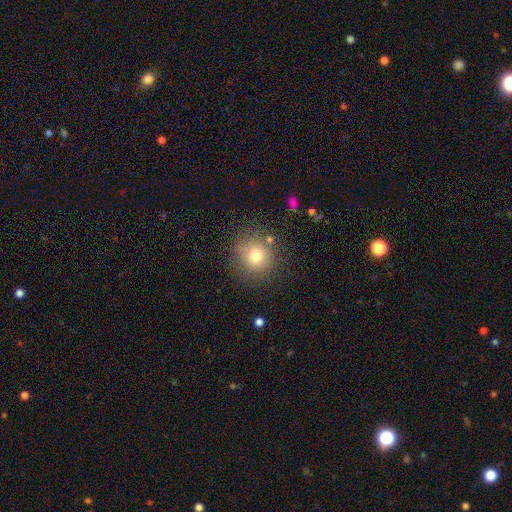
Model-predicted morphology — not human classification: Q: Smooth or featured?
A: smooth (75%); runner-up: star or artifact (14%)
Q: How rounded?
A: round (90%); runner-up: in between (9%)
Q: Merging?
A: none (79%); runner-up: minor disturbance (12%)